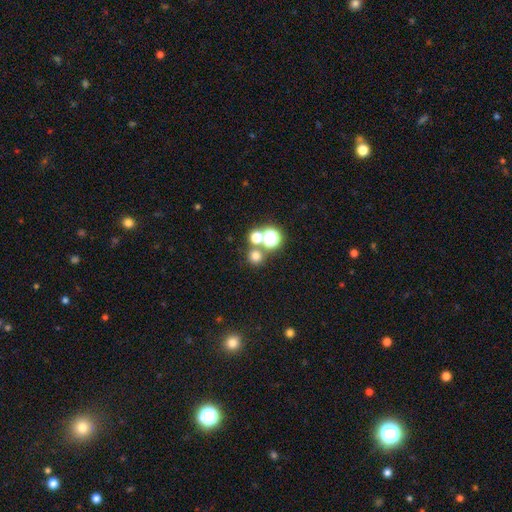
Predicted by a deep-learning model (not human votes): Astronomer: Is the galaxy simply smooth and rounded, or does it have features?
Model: smooth — 68%.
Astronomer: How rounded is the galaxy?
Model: round — 91%.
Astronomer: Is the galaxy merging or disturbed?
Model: none — 67%.